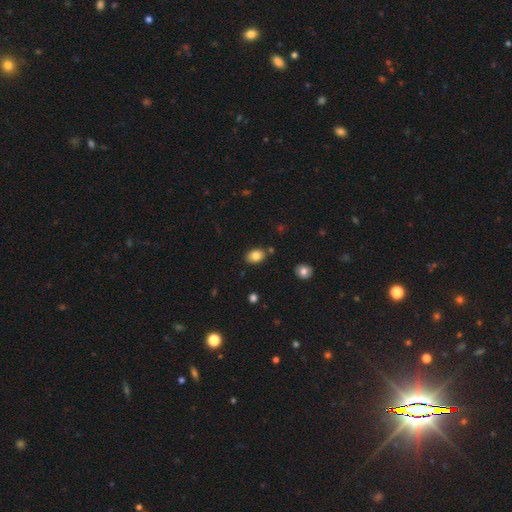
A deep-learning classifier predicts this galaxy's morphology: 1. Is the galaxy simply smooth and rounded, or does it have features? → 82% smooth, 9% featured or disk, 9% star or artifact.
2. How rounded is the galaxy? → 81% in between, 18% round, 1% cigar-shaped.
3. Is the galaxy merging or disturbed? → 82% none, 11% minor disturbance, 4% merger, 2% major disturbance.